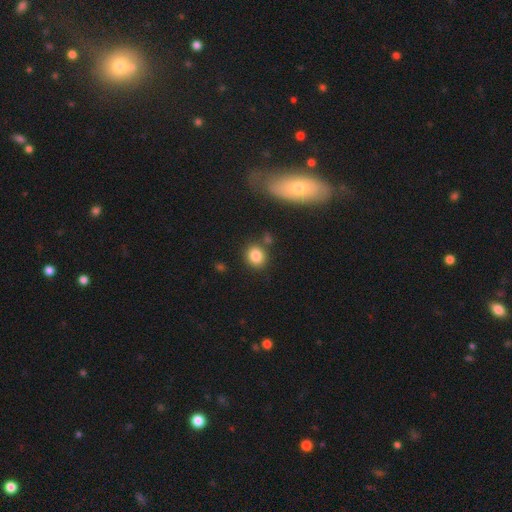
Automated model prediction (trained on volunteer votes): Q: Smooth or featured?
A: smooth (83%); runner-up: star or artifact (10%)
Q: How rounded?
A: round (79%); runner-up: in between (20%)
Q: Merging?
A: none (80%); runner-up: minor disturbance (10%)